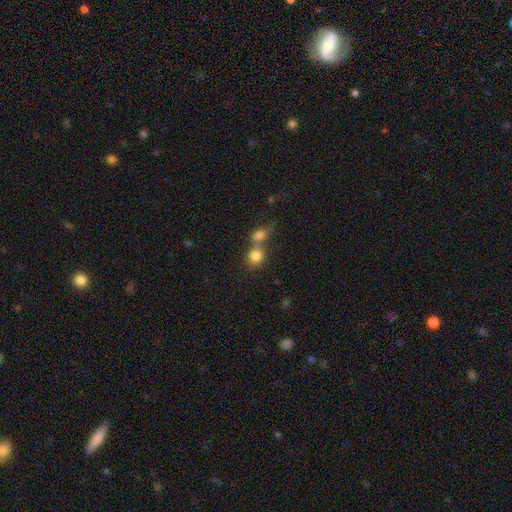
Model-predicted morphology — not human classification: type=smooth (81%); roundness=round (75%); merging=merger (48%).